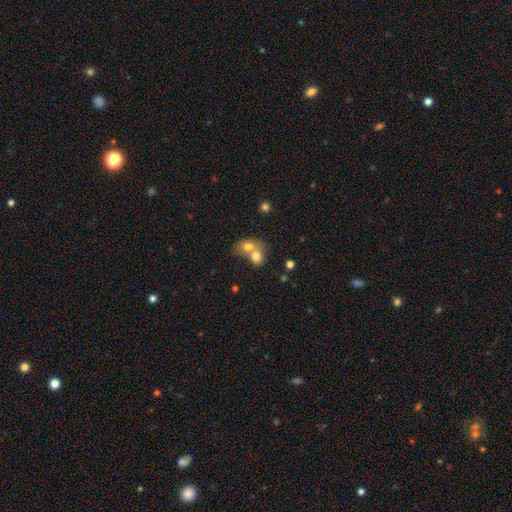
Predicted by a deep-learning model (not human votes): Smooth or featured? Predicted: smooth (p=0.73). How rounded? Predicted: round (p=0.59). Merging? Predicted: merger (p=0.72).